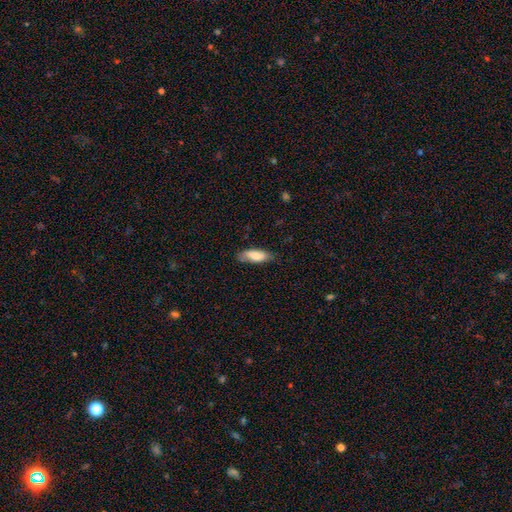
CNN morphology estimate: Q: Smooth or featured?
A: smooth (80%); runner-up: featured or disk (14%)
Q: How rounded?
A: in between (71%); runner-up: cigar-shaped (27%)
Q: Merging?
A: none (74%); runner-up: minor disturbance (21%)